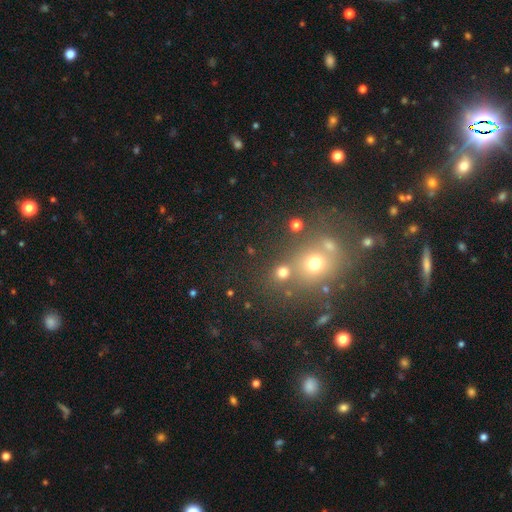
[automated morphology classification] This appears to be a star or artifact, not a galaxy (48%).